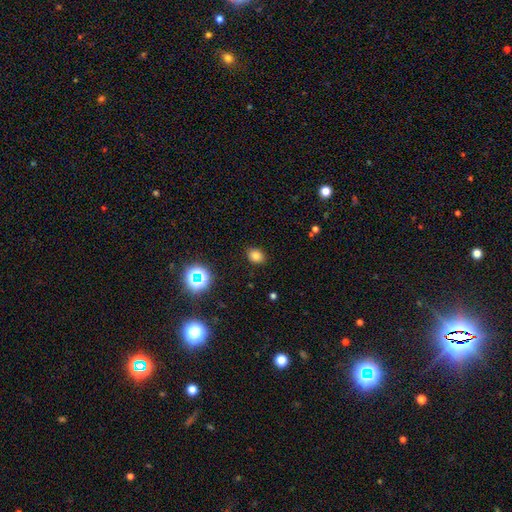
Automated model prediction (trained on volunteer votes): Smooth or featured: smooth — 78% (star or artifact — 16%)
How rounded: in between — 54% (round — 45%)
Merging: none — 88% (minor disturbance — 8%)